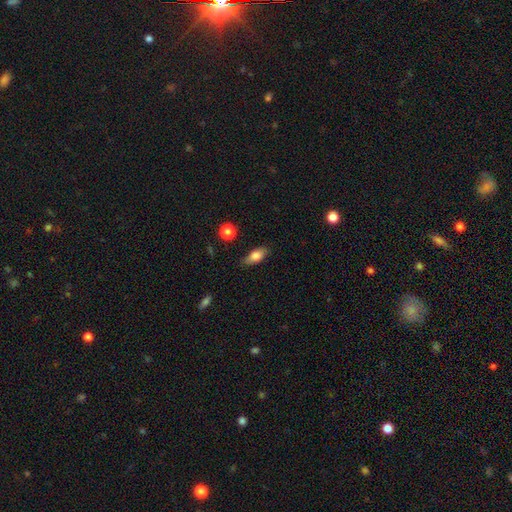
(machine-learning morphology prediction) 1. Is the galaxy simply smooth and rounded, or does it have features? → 78% smooth, 15% featured or disk, 8% star or artifact.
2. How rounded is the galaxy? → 81% in between, 13% cigar-shaped, 5% round.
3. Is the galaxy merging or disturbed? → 79% none, 16% minor disturbance, 3% major disturbance, 2% merger.